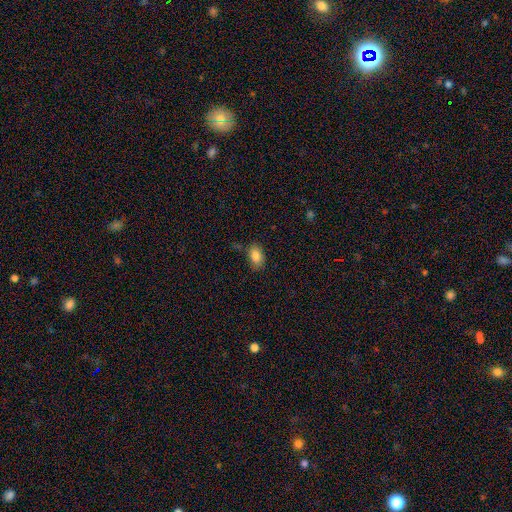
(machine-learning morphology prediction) smooth-or-featured: smooth: 85% | star or artifact: 8% | featured or disk: 6%
  how-rounded: in between: 90% | round: 9% | cigar-shaped: 2%
  merging: none: 78% | minor disturbance: 15% | major disturbance: 4% | merger: 3%